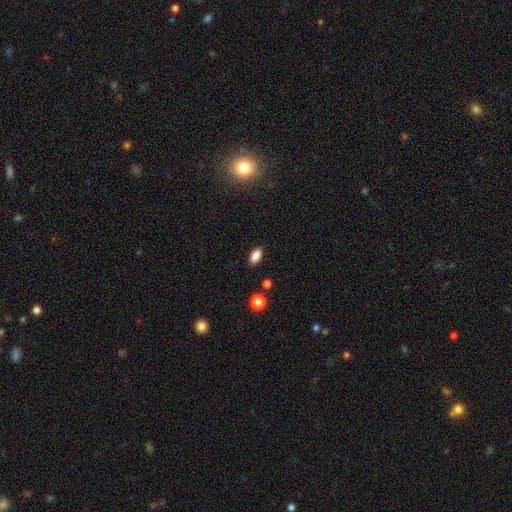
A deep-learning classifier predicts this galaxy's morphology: type=smooth (86%); roundness=in between (90%); merging=none (87%).